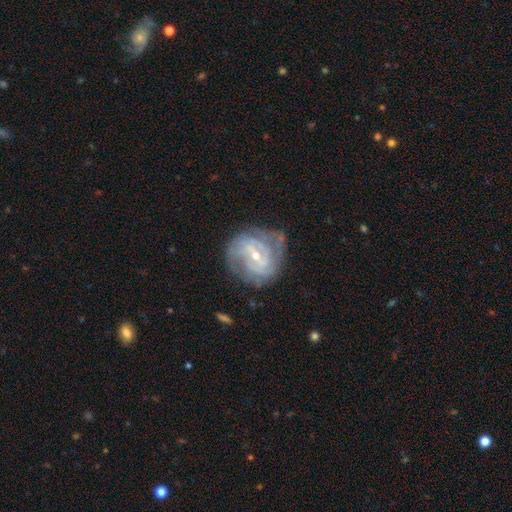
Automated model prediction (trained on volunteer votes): Q: Smooth or featured?
A: featured or disk (84%); runner-up: smooth (10%)
Q: Edge-on disk?
A: no (97%); runner-up: yes (3%)
Q: Bar?
A: weak (49%); runner-up: no (30%)
Q: Spiral arms?
A: yes (92%); runner-up: no (8%)
Q: Spiral winding?
A: tight (61%); runner-up: medium (31%)
Q: Spiral arm count?
A: 2 (36%); runner-up: can't tell (32%)
Q: Bulge size?
A: small (58%); runner-up: moderate (39%)
Q: Merging?
A: none (66%); runner-up: minor disturbance (21%)